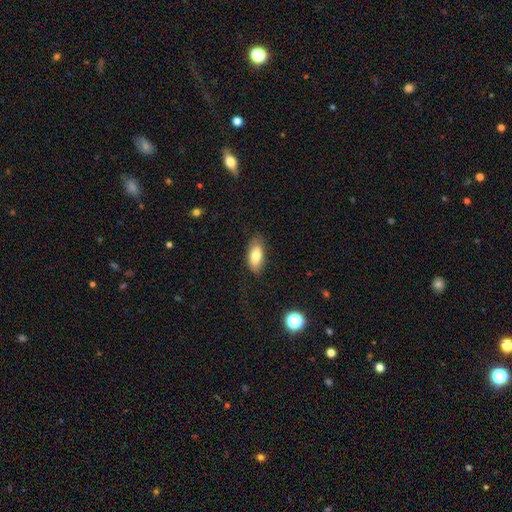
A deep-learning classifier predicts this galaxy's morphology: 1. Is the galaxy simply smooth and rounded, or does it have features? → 75% smooth, 17% featured or disk, 8% star or artifact.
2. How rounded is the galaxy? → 88% in between, 8% cigar-shaped, 3% round.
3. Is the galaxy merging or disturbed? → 76% none, 19% minor disturbance, 4% major disturbance, 1% merger.